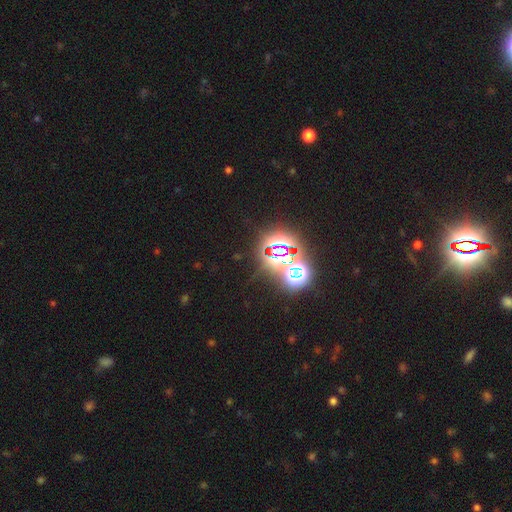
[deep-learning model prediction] smooth-or-featured: star or artifact: 79% | smooth: 13% | featured or disk: 9%